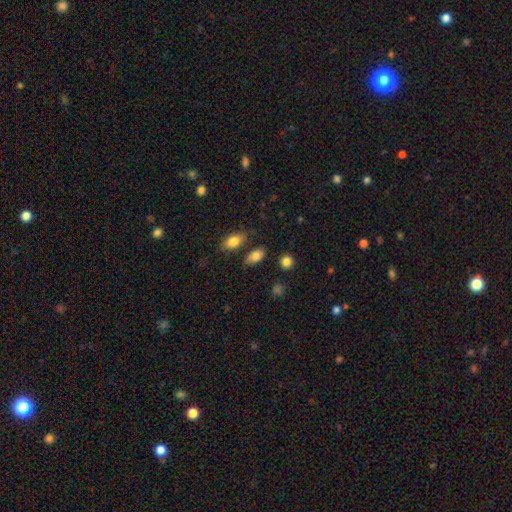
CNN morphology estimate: type=smooth (84%); roundness=in between (88%); merging=none (75%).